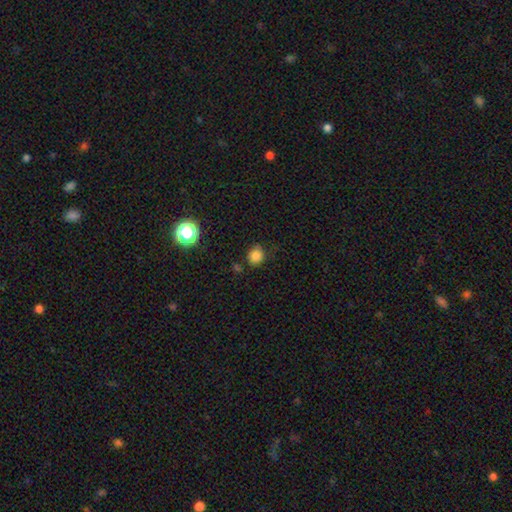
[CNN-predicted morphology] Smooth or featured? smooth (83%)
How rounded? round (81%)
Merging? none (76%)